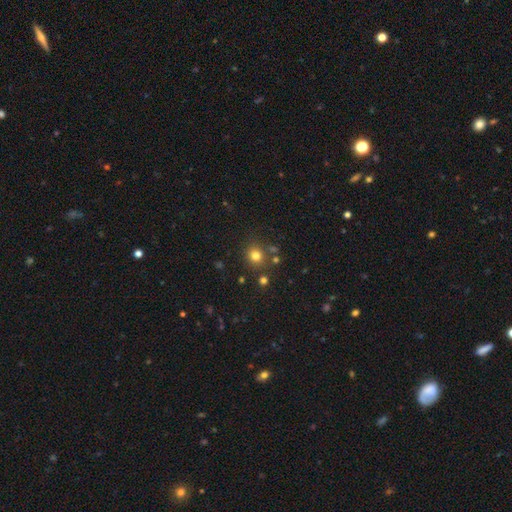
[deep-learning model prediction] This appears to be a smooth galaxy with no disk features (77%) that is round (87%). Merging: none (79%).